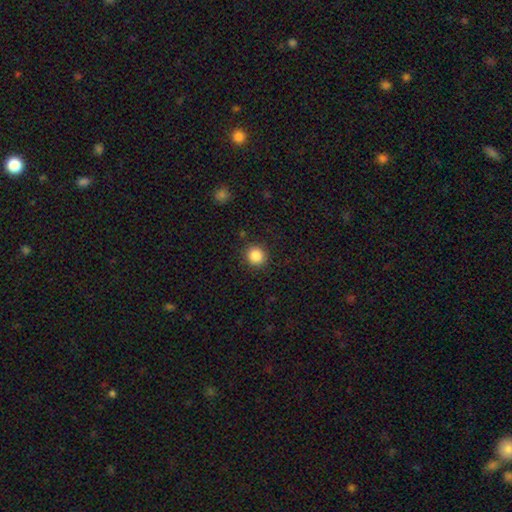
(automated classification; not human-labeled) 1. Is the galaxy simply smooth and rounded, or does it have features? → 86% smooth, 10% star or artifact, 4% featured or disk.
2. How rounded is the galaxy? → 90% round, 9% in between, 1% cigar-shaped.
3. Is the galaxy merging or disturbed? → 90% none, 7% minor disturbance, 2% major disturbance, 1% merger.